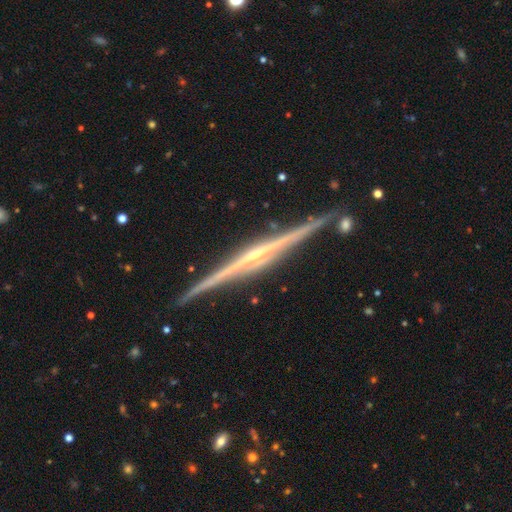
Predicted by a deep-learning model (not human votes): Smooth or featured?
  - featured or disk: 90% *
  - smooth: 5%
  - star or artifact: 5%
Edge-on disk?
  - yes: 99% *
  - no: 1%
Edge-on bulge?
  - rounded: 66% *
  - none: 23%
  - boxy: 11%
Merging?
  - none: 90% *
  - minor disturbance: 7%
  - merger: 2%
  - major disturbance: 1%